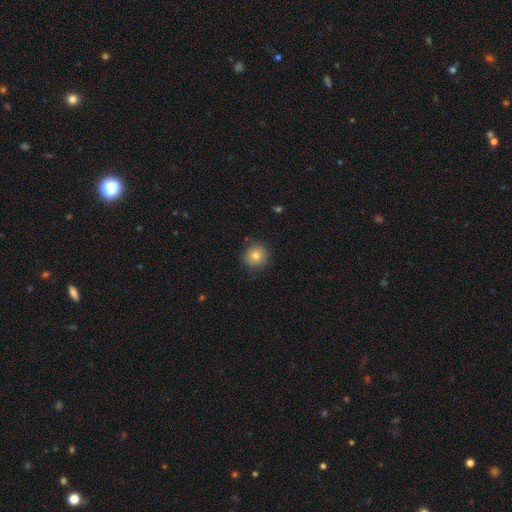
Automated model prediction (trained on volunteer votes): This appears to be a smooth galaxy with no disk features (80%) that is round (93%). Merging: none (88%).